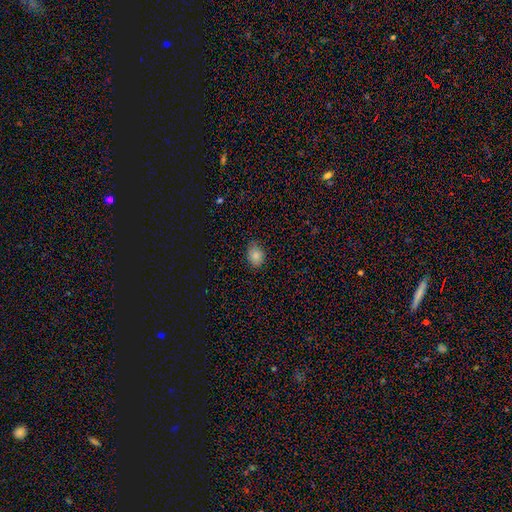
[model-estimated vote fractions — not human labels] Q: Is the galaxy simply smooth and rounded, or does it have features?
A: smooth — 84%.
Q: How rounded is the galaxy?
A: in between — 72%.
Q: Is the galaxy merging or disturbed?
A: none — 81%.